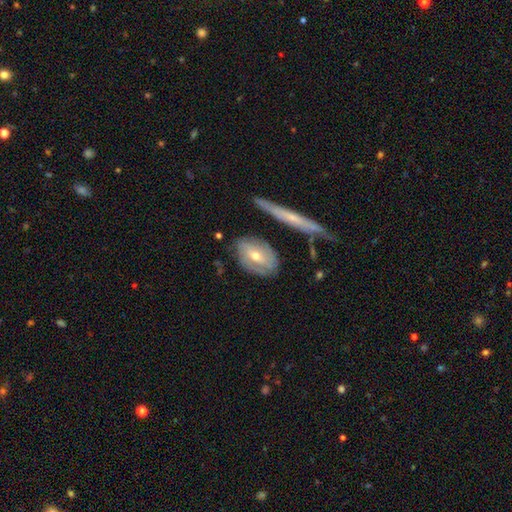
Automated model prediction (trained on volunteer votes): Smooth or featured? featured or disk (59%)
Edge-on disk? no (86%)
Bar? no (46%)
Spiral arms? yes (66%)
Bulge size? moderate (59%)
Merging? none (71%)